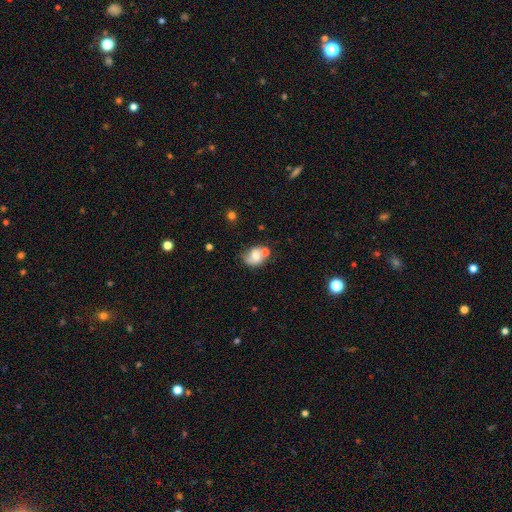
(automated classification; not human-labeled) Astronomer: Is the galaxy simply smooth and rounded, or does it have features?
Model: smooth — 58%.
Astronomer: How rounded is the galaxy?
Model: in between — 51% (runner-up: round, 48%).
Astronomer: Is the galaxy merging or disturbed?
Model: none — 36% (runner-up: merger, 34%).